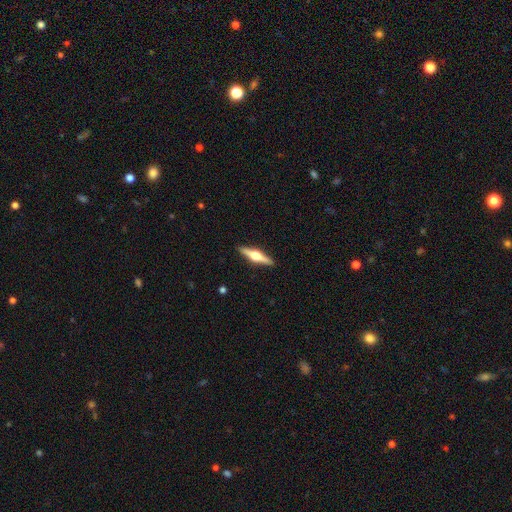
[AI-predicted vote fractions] A featured or disk galaxy (72%) viewed edge-on (98%) with a rounded central bulge (95%). Merging: none (91%).